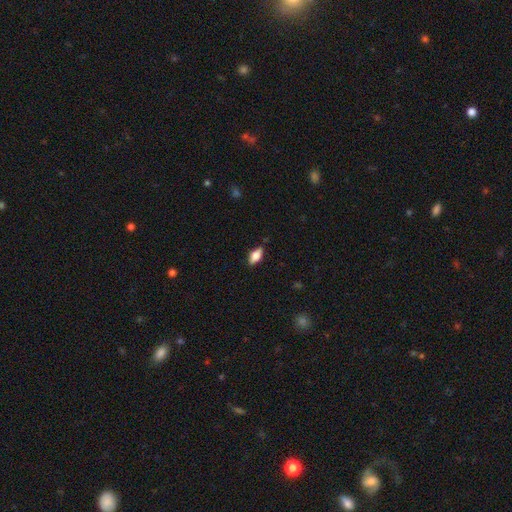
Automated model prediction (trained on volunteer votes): Q: Smooth or featured?
A: smooth (76%); runner-up: featured or disk (17%)
Q: How rounded?
A: in between (87%); runner-up: cigar-shaped (10%)
Q: Merging?
A: none (84%); runner-up: minor disturbance (13%)